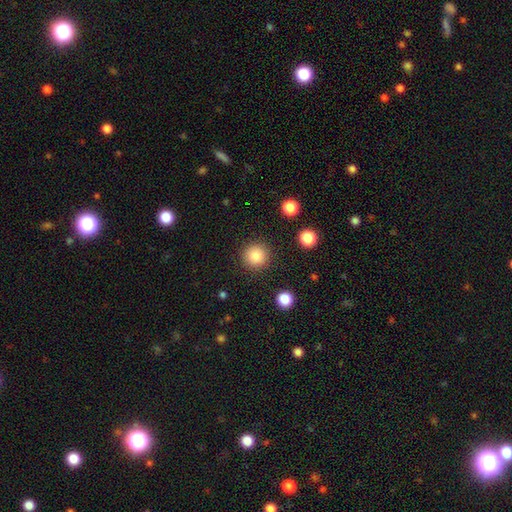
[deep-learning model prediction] Morphology: type=smooth (84%); roundness=round (95%); merging=none (90%).